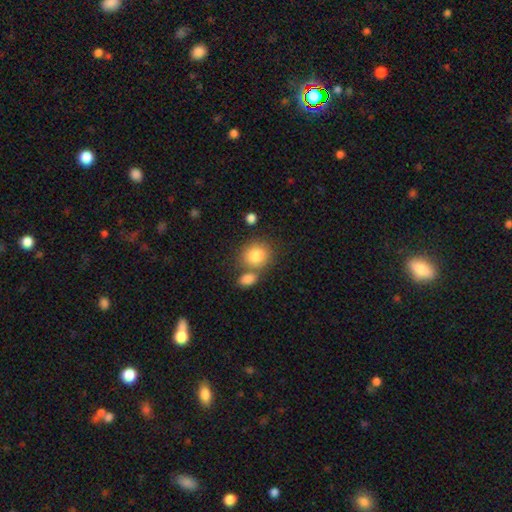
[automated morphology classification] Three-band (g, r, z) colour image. It shows a smooth galaxy with no disk features (83%) that is round (75%). Merging: none (55%).